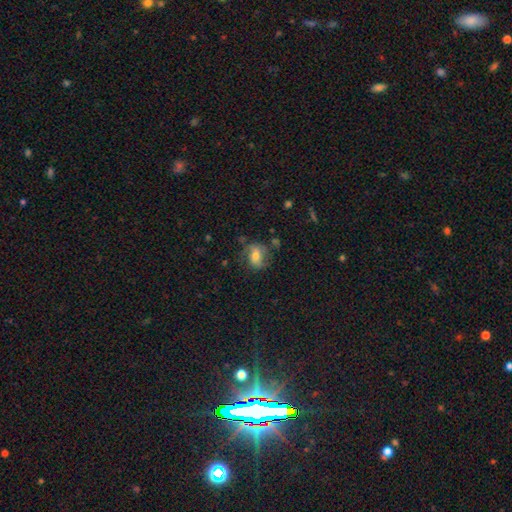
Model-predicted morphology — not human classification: A smooth galaxy with no disk features (47%).

Vote fractions:
- Smooth or featured? smooth: 47% / featured or disk: 43% / star or artifact: 10%
- Merging? none: 60% / minor disturbance: 23% / major disturbance: 14% / merger: 3%